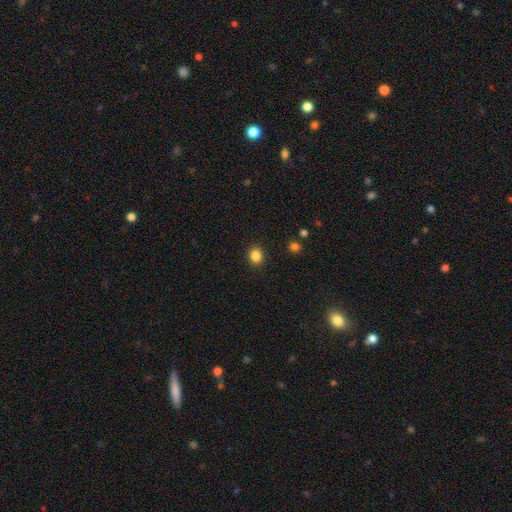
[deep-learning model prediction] The model was most divided on "how rounded": round: 63%, in between: 36%, cigar-shaped: 1%. More confident: merging — none (90%); smooth or featured — smooth (86%).